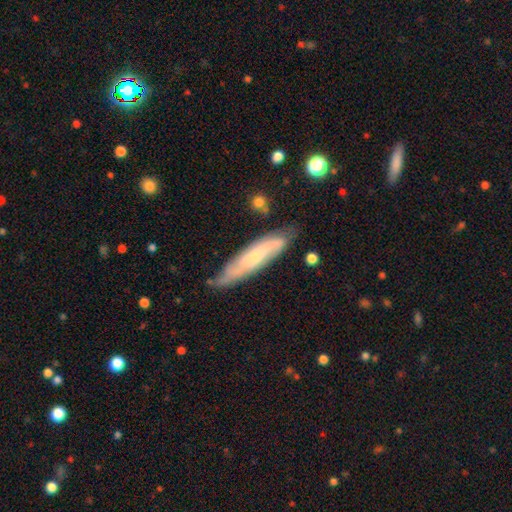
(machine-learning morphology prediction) Smooth or featured: featured or disk — 62% (smooth — 31%)
Edge-on disk: no — 60% (yes — 40%)
Merging: none — 71% (minor disturbance — 22%)